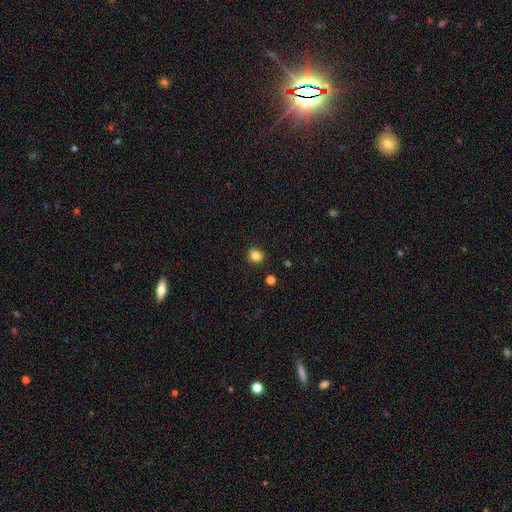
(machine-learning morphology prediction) This is clearly a smooth galaxy (83%). How rounded: likely round (75%). Merging: clearly none (84%).